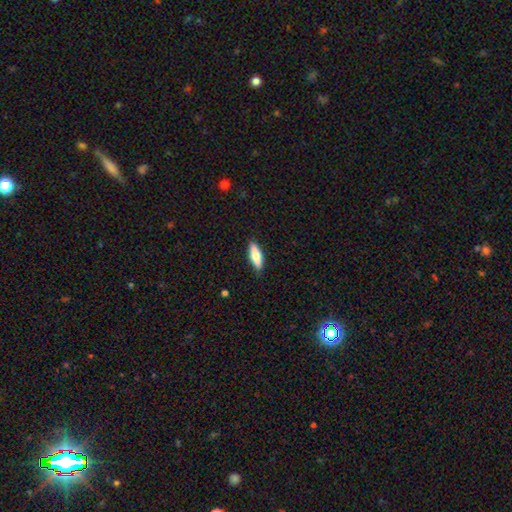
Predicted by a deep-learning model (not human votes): Smooth or featured? Predicted: smooth (p=0.66). How rounded? Predicted: in between (p=0.50). Merging? Predicted: none (p=0.87).